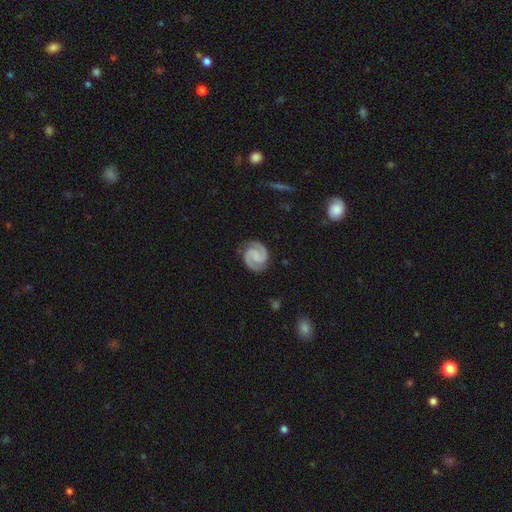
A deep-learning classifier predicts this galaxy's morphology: Q: Smooth or featured?
A: featured or disk (90%); runner-up: smooth (6%)
Q: Edge-on disk?
A: no (98%); runner-up: yes (2%)
Q: Bar?
A: no (46%); runner-up: weak (39%)
Q: Spiral arms?
A: yes (98%); runner-up: no (2%)
Q: Spiral winding?
A: tight (50%); runner-up: medium (43%)
Q: Spiral arm count?
A: 2 (94%); runner-up: can't tell (2%)
Q: Bulge size?
A: none (57%); runner-up: small (27%)
Q: Merging?
A: none (85%); runner-up: minor disturbance (11%)